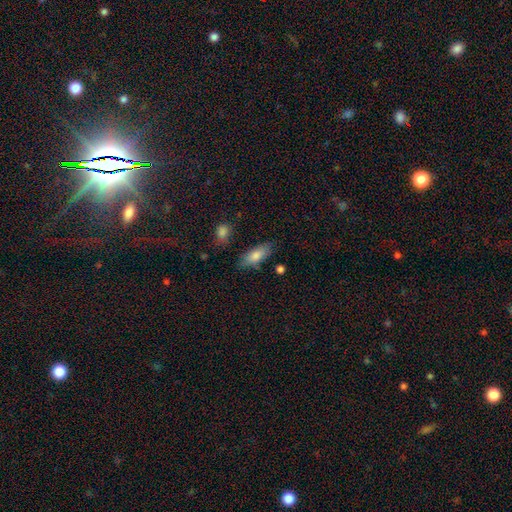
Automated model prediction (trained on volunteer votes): Q: Smooth or featured?
A: smooth (79%); runner-up: featured or disk (14%)
Q: How rounded?
A: in between (76%); runner-up: cigar-shaped (22%)
Q: Merging?
A: none (78%); runner-up: minor disturbance (15%)